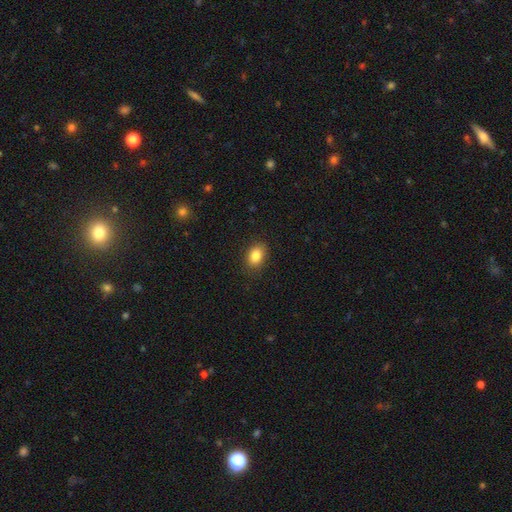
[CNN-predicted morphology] smooth_or_featured: smooth (p=0.85) [alt: star or artifact p=0.09]
how_rounded: in between (p=0.76) [alt: round p=0.23]
merging: none (p=0.87) [alt: minor disturbance p=0.10]